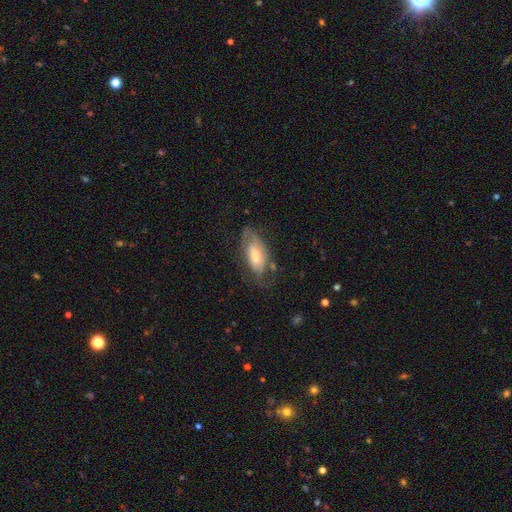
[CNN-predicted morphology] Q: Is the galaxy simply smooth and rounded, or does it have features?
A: featured or disk — 50%.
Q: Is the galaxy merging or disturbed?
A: none — 56%.